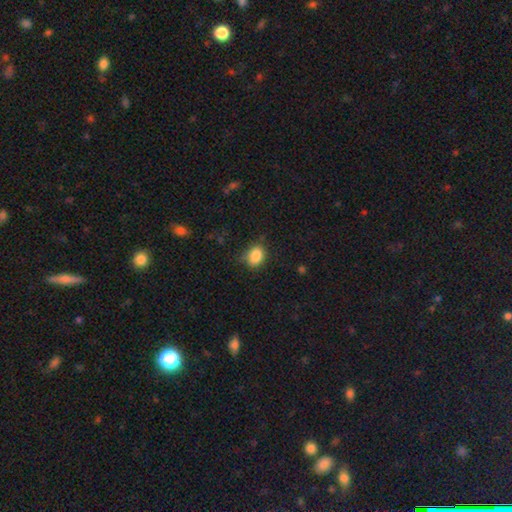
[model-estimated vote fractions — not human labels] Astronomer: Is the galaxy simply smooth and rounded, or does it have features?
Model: smooth — 86%.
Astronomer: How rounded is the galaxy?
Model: in between — 63%.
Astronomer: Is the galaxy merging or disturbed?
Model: none — 72%.